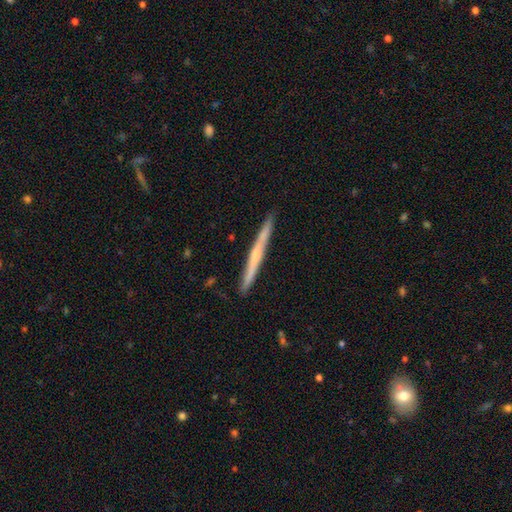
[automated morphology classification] type=featured or disk (60%); edge-on=yes (98%); edge-on bulge=none (52%); merging=none (91%).